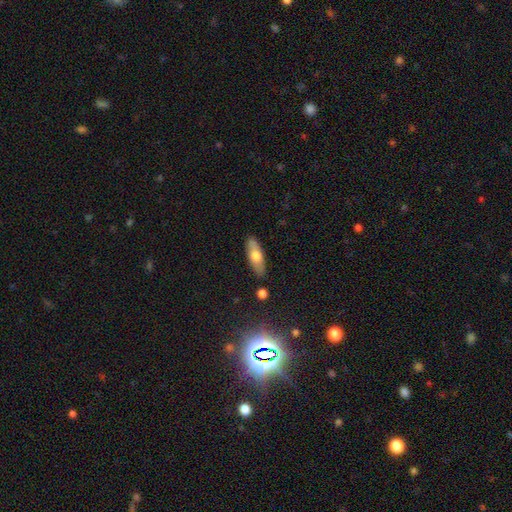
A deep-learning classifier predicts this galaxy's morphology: type=smooth (61%); roundness=in between (61%); merging=none (84%).